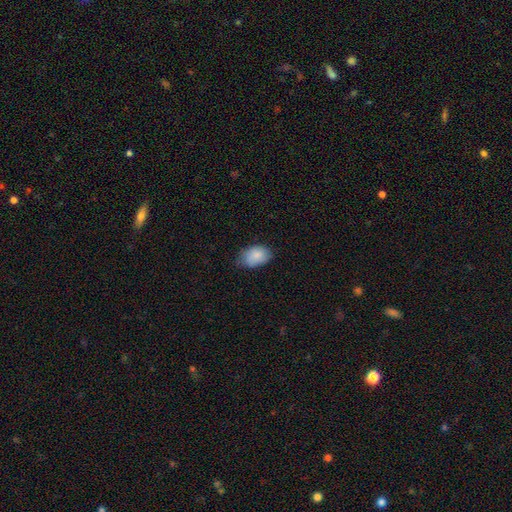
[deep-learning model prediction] smooth 86%, star or artifact 7%, featured or disk 7%. Down the decision tree: how rounded — in between (84%); merging — none (64%).